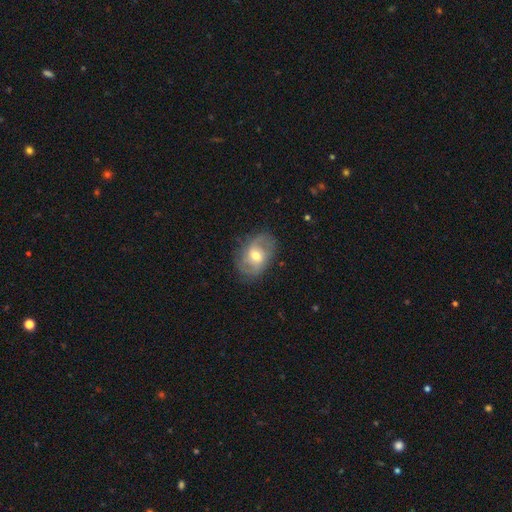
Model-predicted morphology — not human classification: smooth_or_featured: featured or disk (p=0.63) [alt: smooth p=0.30]
disk_edge_on: no (p=0.95) [alt: yes p=0.05]
bar: weak (p=0.47) [alt: no p=0.40]
has_spiral_arms: yes (p=0.79) [alt: no p=0.21]
bulge_size: moderate (p=0.71) [alt: small p=0.20]
merging: none (p=0.73) [alt: minor disturbance p=0.19]